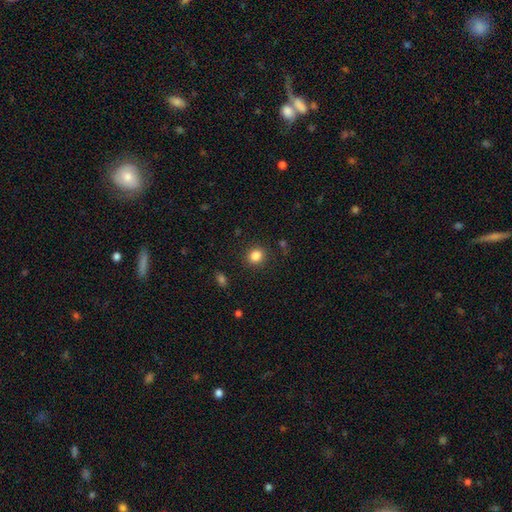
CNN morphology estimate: smooth 85%, star or artifact 11%, featured or disk 4%. Down the decision tree: how rounded — round (78%); merging — none (89%).